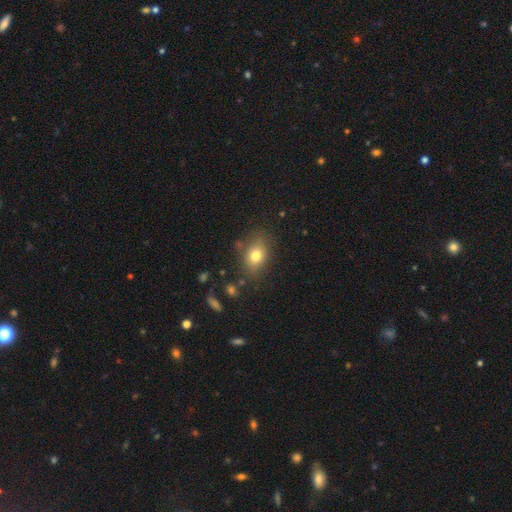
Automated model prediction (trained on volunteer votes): Smooth or featured? smooth (76%)
How rounded? in between (71%)
Merging? none (77%)